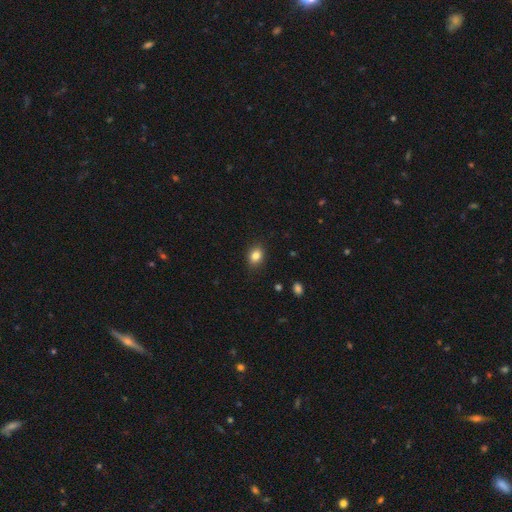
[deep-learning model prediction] The model was most divided on "how rounded": in between: 54%, round: 45%, cigar-shaped: 1%. More confident: merging — none (87%); smooth or featured — smooth (84%).